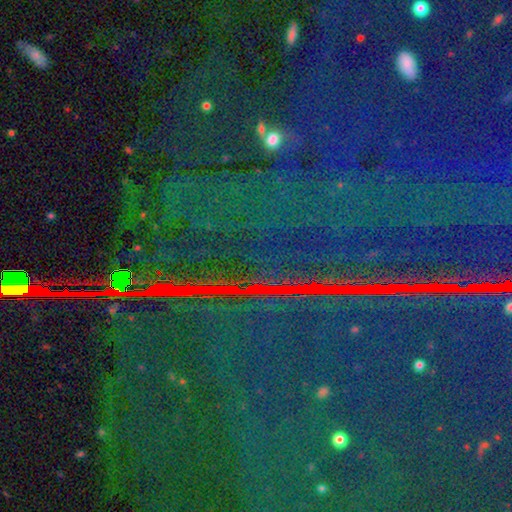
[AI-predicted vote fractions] Q: Smooth or featured?
A: star or artifact (86%); runner-up: featured or disk (8%)